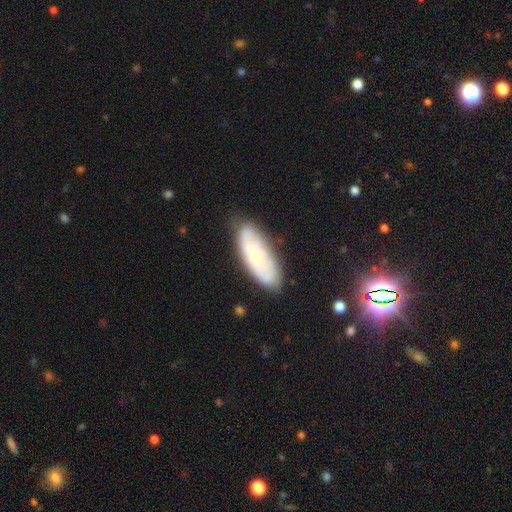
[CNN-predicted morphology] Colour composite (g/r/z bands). It shows a featured or disk galaxy (49%). Merging: none (77%).